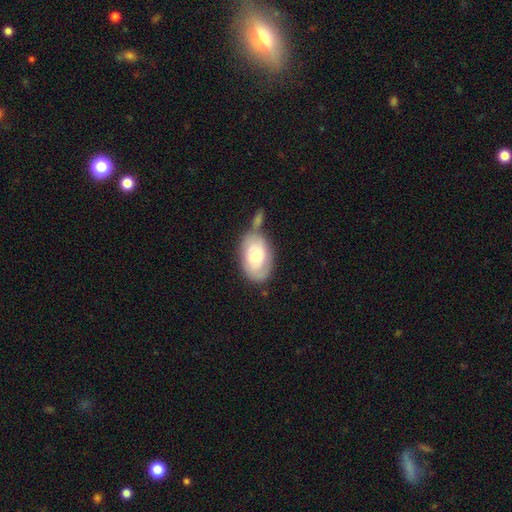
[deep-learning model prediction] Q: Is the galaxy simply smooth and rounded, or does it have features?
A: smooth — 55%.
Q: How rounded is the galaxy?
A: in between — 89%.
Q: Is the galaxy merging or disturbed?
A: none — 46%.